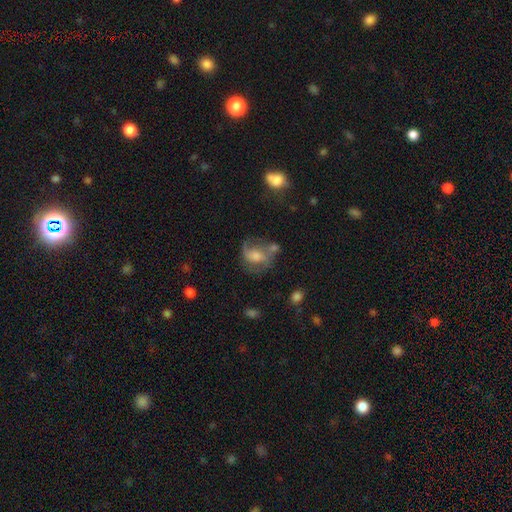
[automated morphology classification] type=featured or disk (59%); edge-on=no (96%); bar=no (49%); spiral arms=yes (79%); bulge=moderate (50%); merging=none (49%).